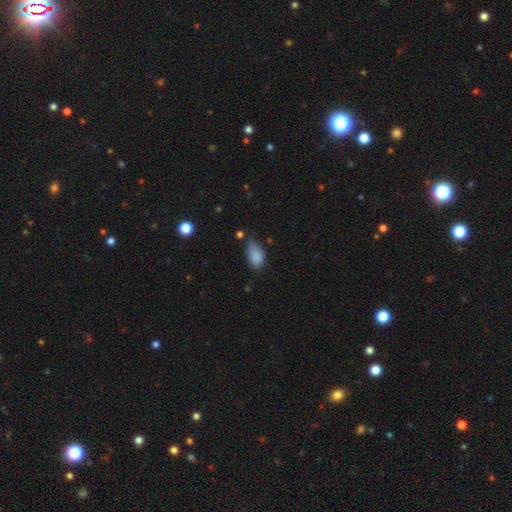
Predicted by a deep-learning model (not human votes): Overall: smooth (86%). How rounded: in between (91%). Merging: none (49%; minor disturbance 38%).